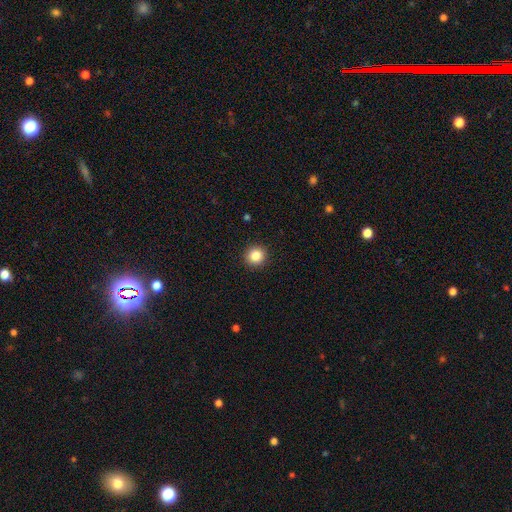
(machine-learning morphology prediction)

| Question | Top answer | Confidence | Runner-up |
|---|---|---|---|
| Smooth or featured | smooth | 85% | star or artifact (10%) |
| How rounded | round | 92% | in between (7%) |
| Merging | none | 92% | minor disturbance (5%) |